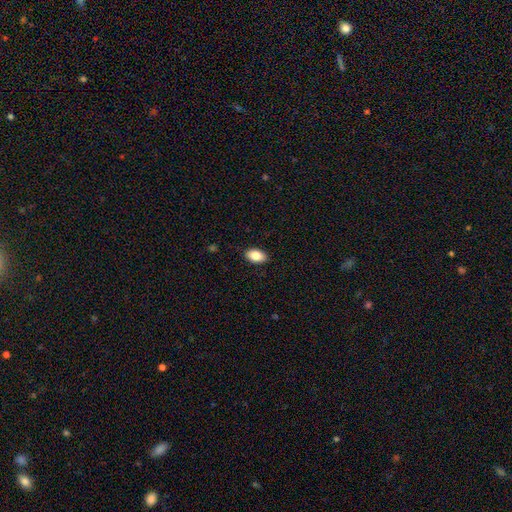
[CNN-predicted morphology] smooth_or_featured: smooth (p=0.85) [alt: featured or disk p=0.08]
how_rounded: in between (p=0.92) [alt: round p=0.06]
merging: none (p=0.89) [alt: minor disturbance p=0.08]